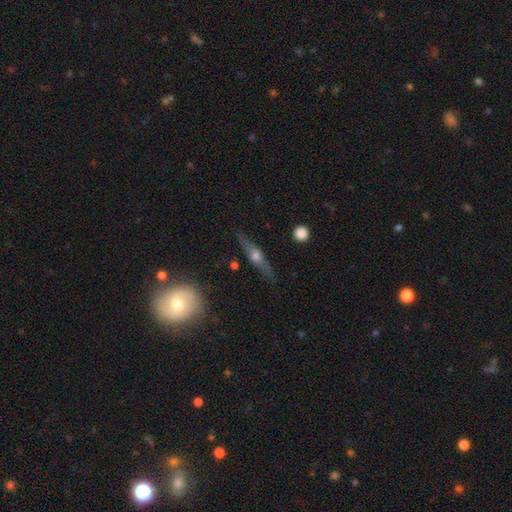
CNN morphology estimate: Overall: featured or disk (74%). Edge-on disk: yes (91%). Edge-on bulge: rounded (92%). Merging: none (84%).